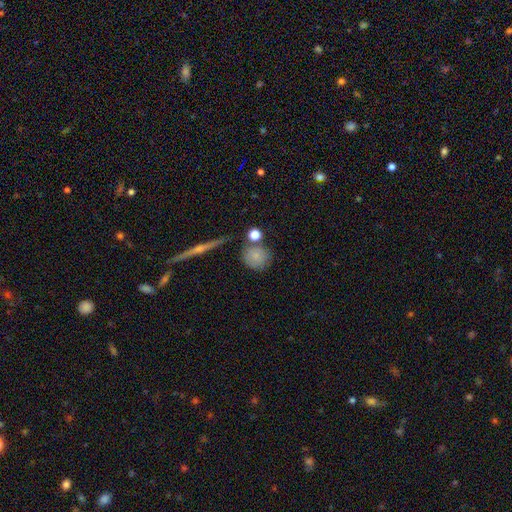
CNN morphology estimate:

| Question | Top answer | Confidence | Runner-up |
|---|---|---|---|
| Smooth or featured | smooth | 76% | featured or disk (15%) |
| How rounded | round | 86% | in between (12%) |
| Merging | none | 67% | merger (15%) |